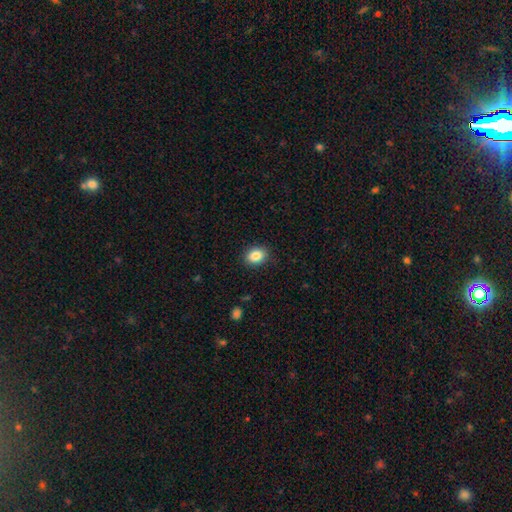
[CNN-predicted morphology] This is clearly a smooth galaxy (86%). How rounded: possibly in between (53%). Merging: clearly none (88%).